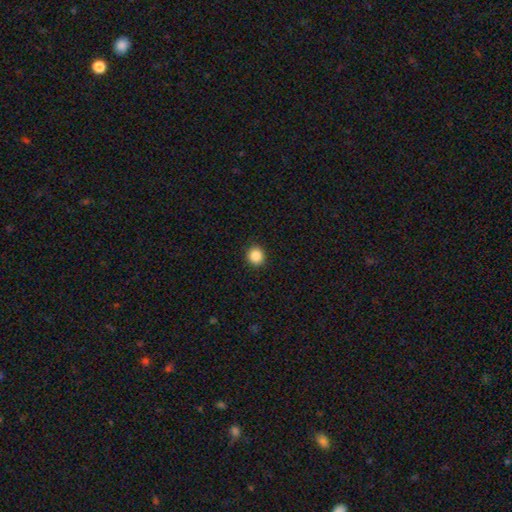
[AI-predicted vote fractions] A smooth galaxy with no disk features (87%) that is round (90%). Merging: none (92%).